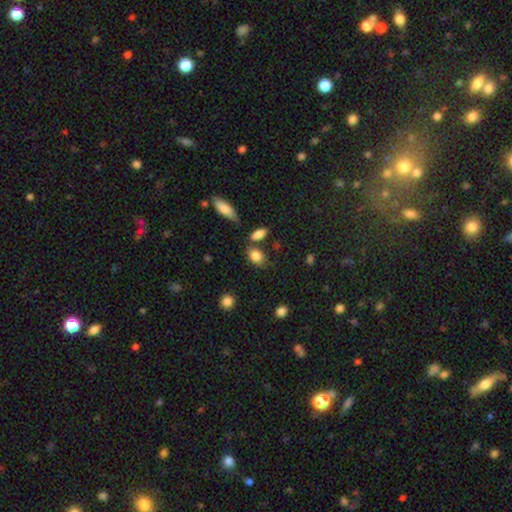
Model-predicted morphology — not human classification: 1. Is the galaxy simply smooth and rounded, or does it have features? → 84% smooth, 8% star or artifact, 7% featured or disk.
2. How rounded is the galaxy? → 79% in between, 18% round, 3% cigar-shaped.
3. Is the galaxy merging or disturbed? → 63% none, 18% minor disturbance, 14% merger, 5% major disturbance.